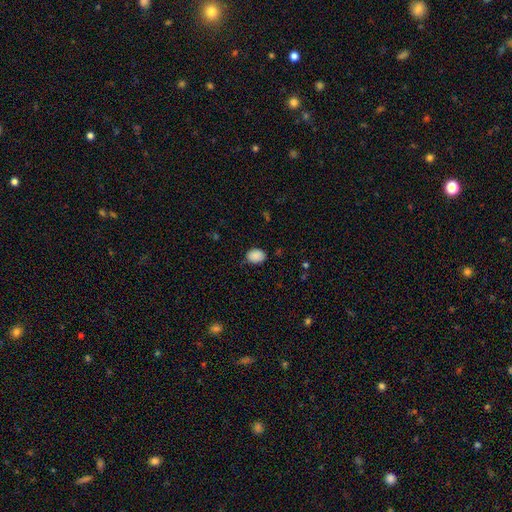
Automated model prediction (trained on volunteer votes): Smooth or featured: smooth — 88% (star or artifact — 8%)
How rounded: in between — 68% (round — 31%)
Merging: none — 76% (minor disturbance — 19%)